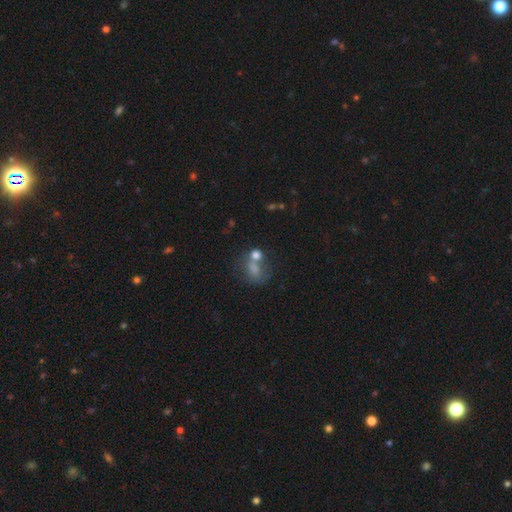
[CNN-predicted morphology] Smooth or featured? Predicted: smooth (p=0.69). How rounded? Predicted: in between (p=0.52). Merging? Predicted: merger (p=0.45).